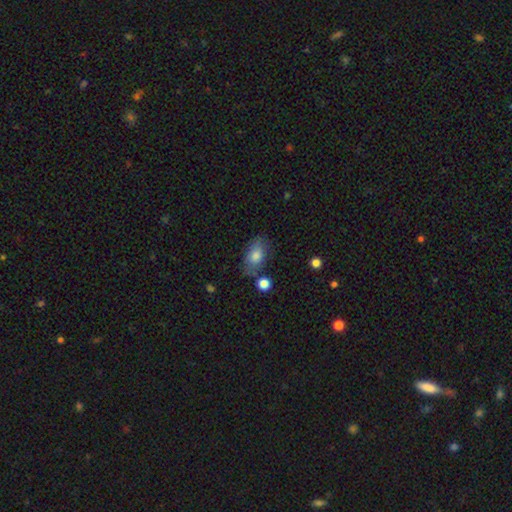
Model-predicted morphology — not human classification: Smooth or featured?
  - smooth: 78% *
  - featured or disk: 14%
  - star or artifact: 8%
How rounded?
  - in between: 88% *
  - round: 9%
  - cigar-shaped: 3%
Merging?
  - none: 66% *
  - minor disturbance: 21%
  - merger: 7%
  - major disturbance: 6%